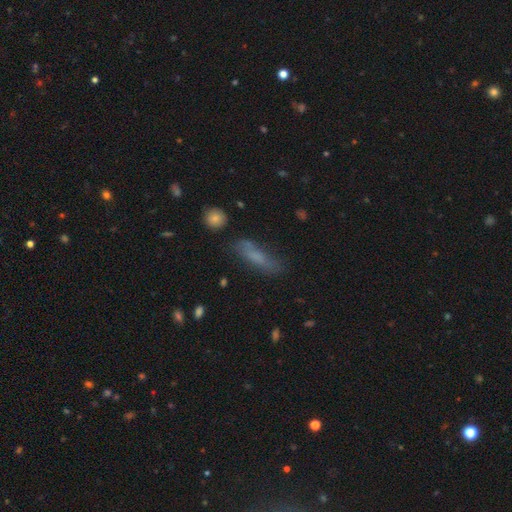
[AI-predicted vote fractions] The model was most divided on "how rounded": cigar-shaped: 61%, in between: 36%, round: 3%. More confident: smooth or featured — smooth (63%); merging — none (61%).